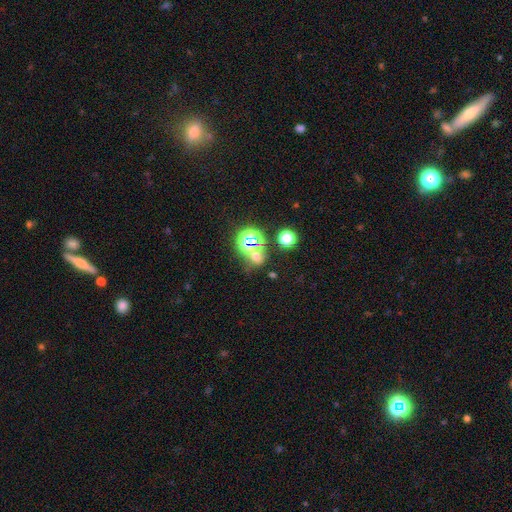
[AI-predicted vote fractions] This is possibly a star or artifact rather than a galaxy (50%).